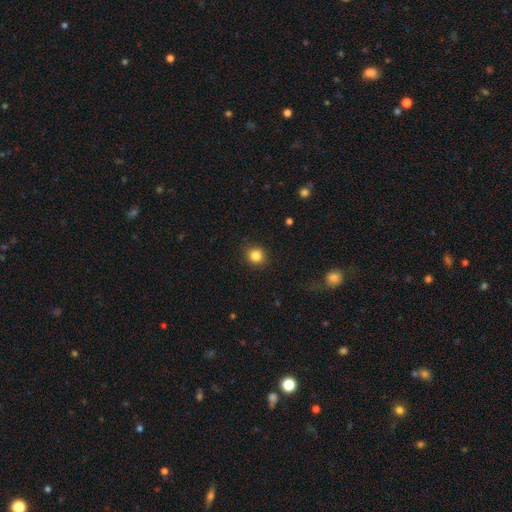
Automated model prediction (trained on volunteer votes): A smooth galaxy with no disk features (84%) that is round (86%).

Vote fractions:
- Smooth or featured? smooth: 84% / star or artifact: 11% / featured or disk: 5%
- How rounded? round: 86% / in between: 14% / cigar-shaped: 1%
- Merging? none: 89% / minor disturbance: 8% / major disturbance: 2% / merger: 1%